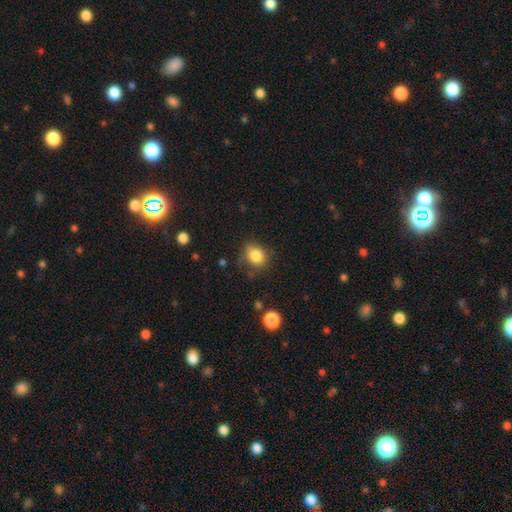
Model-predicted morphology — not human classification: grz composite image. It shows a smooth galaxy with no disk features (83%) that is round (62%). Merging: none (69%).